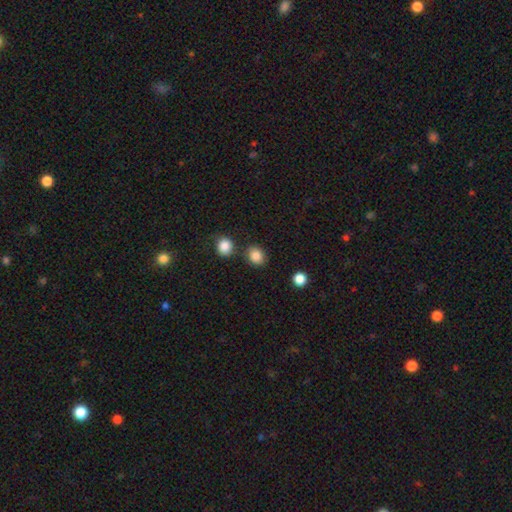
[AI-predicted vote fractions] Smooth or featured: smooth — 85% (star or artifact — 10%)
How rounded: round — 63% (in between — 36%)
Merging: none — 77% (minor disturbance — 11%)